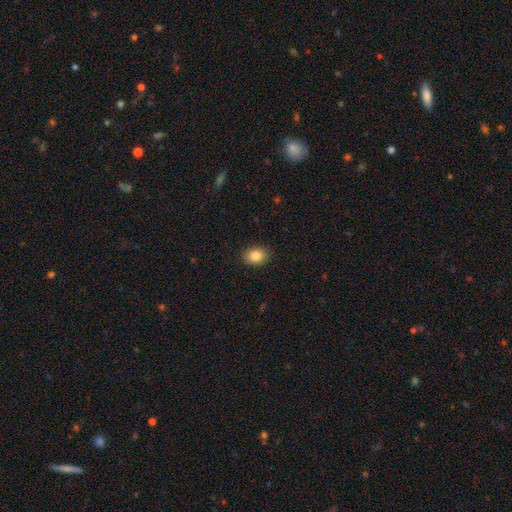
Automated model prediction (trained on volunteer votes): Morphology: type=smooth (86%); roundness=in between (72%); merging=none (90%).